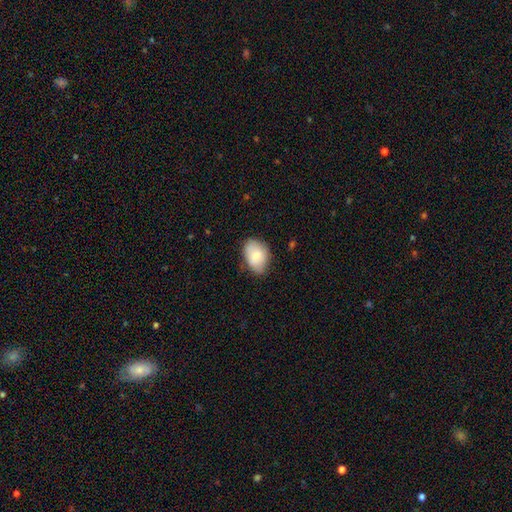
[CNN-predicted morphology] smooth 80%, featured or disk 14%, star or artifact 7%. Down the decision tree: how rounded — in between (81%); merging — none (65%).